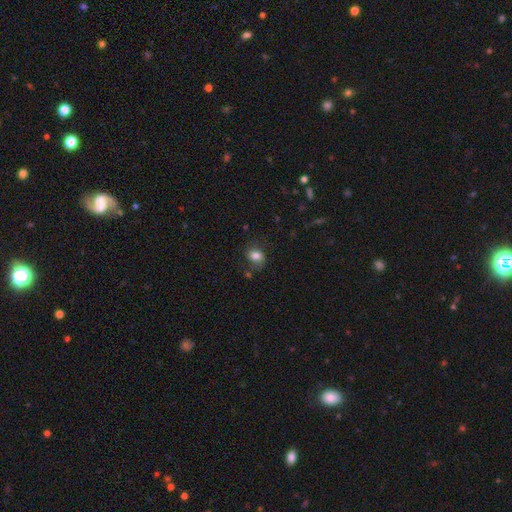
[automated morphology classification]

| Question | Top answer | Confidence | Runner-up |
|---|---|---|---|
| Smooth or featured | smooth | 78% | featured or disk (12%) |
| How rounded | in between | 55% | round (44%) |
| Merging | none | 66% | minor disturbance (22%) |